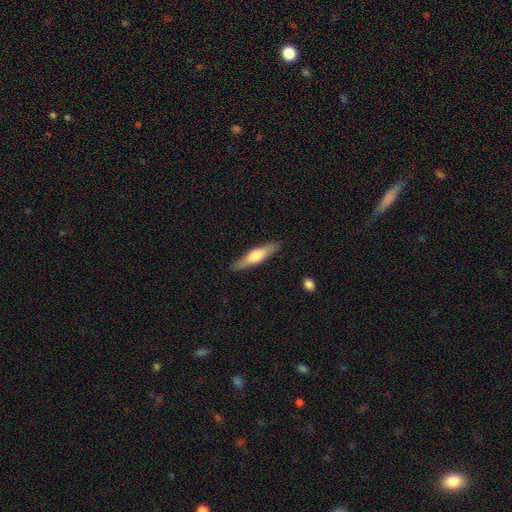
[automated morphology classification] Smooth or featured?
  - smooth: 48% *
  - featured or disk: 46%
  - star or artifact: 5%
Merging?
  - none: 89% *
  - minor disturbance: 8%
  - major disturbance: 2%
  - merger: 1%